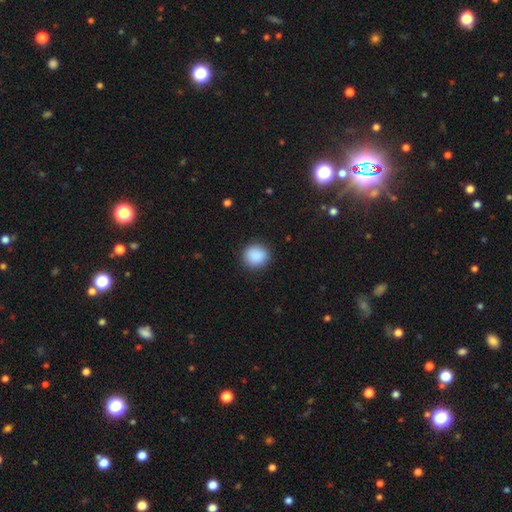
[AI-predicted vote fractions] Smooth or featured?
  - smooth: 90% *
  - star or artifact: 8%
  - featured or disk: 3%
How rounded?
  - round: 89% *
  - in between: 10%
  - cigar-shaped: 1%
Merging?
  - none: 90% *
  - minor disturbance: 7%
  - major disturbance: 2%
  - merger: 1%